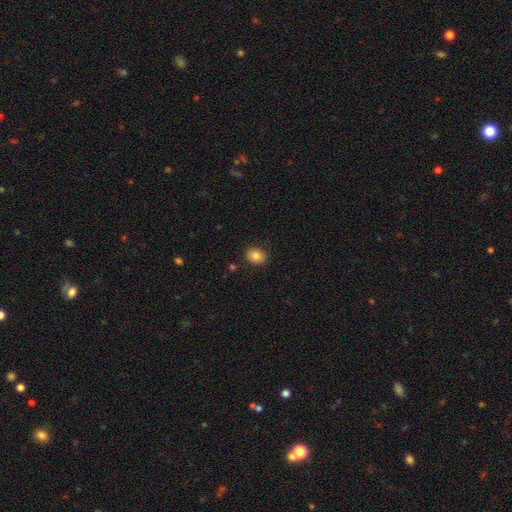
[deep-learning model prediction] Smooth or featured: smooth — 84% (star or artifact — 9%)
How rounded: round — 50% (in between — 49%)
Merging: none — 87% (minor disturbance — 9%)